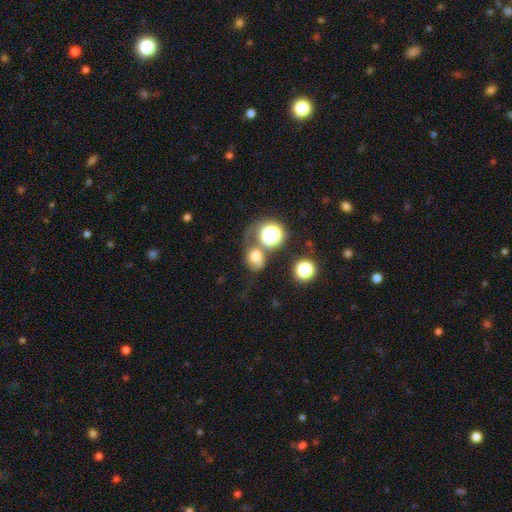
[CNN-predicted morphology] Overall: smooth (63%). How rounded: round (54%; in between 45%). Merging: none (36%; merger 28%).